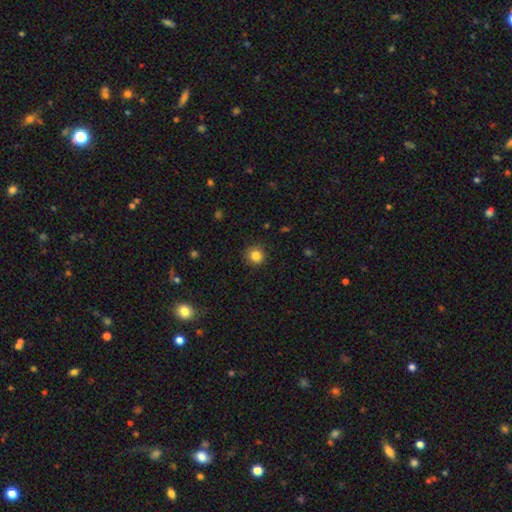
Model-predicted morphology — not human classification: Smooth or featured: smooth — 84% (star or artifact — 11%)
How rounded: round — 93% (in between — 6%)
Merging: none — 91% (minor disturbance — 6%)